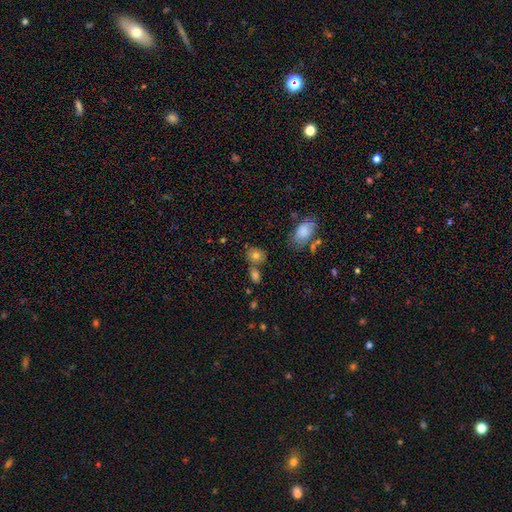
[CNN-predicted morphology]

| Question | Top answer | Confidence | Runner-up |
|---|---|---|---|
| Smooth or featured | smooth | 78% | star or artifact (11%) |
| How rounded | round | 53% | in between (45%) |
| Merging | none | 59% | merger (22%) |